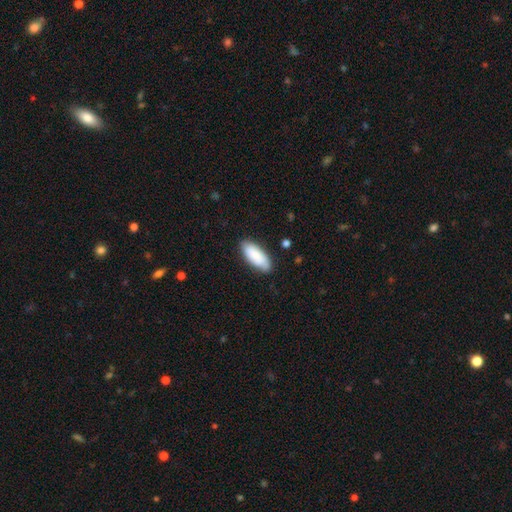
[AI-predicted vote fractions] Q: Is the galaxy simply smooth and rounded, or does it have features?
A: smooth — 83%.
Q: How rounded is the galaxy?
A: in between — 82%.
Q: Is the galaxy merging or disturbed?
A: none — 80%.